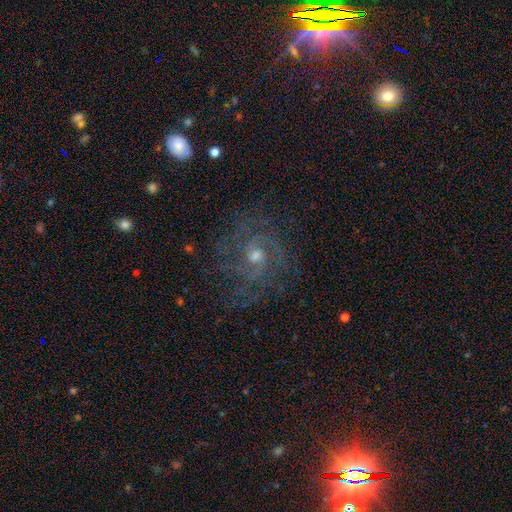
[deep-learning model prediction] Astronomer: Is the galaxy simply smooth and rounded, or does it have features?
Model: featured or disk — 82%.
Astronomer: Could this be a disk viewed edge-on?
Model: no — 97%.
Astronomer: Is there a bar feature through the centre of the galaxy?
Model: no — 58% (runner-up: weak, 36%).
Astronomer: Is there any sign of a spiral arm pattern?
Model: yes — 94%.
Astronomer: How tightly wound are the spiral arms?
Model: medium — 44% (runner-up: tight, 43%).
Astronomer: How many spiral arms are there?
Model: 2 — 34% (runner-up: can't tell, 27%).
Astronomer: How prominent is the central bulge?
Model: moderate — 51% (runner-up: small, 42%).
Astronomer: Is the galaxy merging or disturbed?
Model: none — 71%.